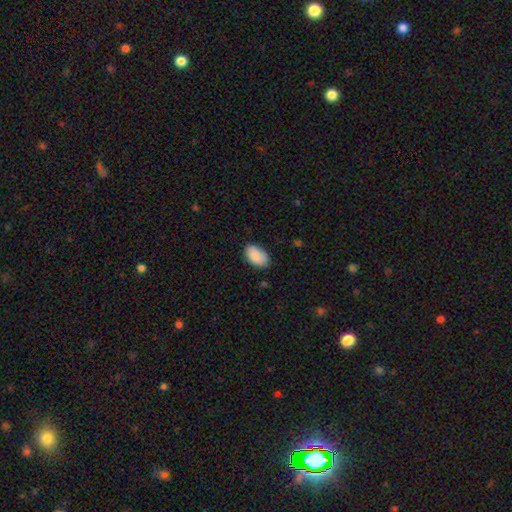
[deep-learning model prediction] Q: Smooth or featured?
A: smooth (87%); runner-up: featured or disk (7%)
Q: How rounded?
A: in between (93%); runner-up: round (5%)
Q: Merging?
A: none (79%); runner-up: minor disturbance (17%)